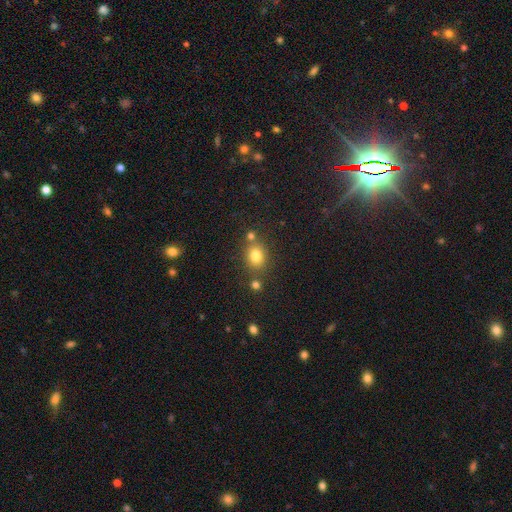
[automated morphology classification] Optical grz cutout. It shows a smooth galaxy with no disk features (79%) that is round (59%). Merging: none (70%).